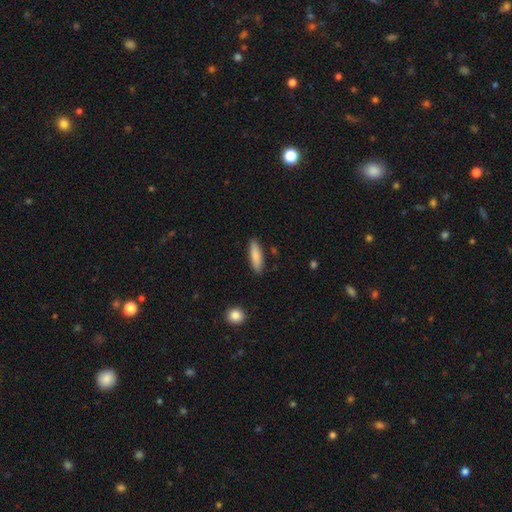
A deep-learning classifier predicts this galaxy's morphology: Smooth or featured? Predicted: smooth (p=0.84). How rounded? Predicted: cigar-shaped (p=0.56). Merging? Predicted: none (p=0.87).